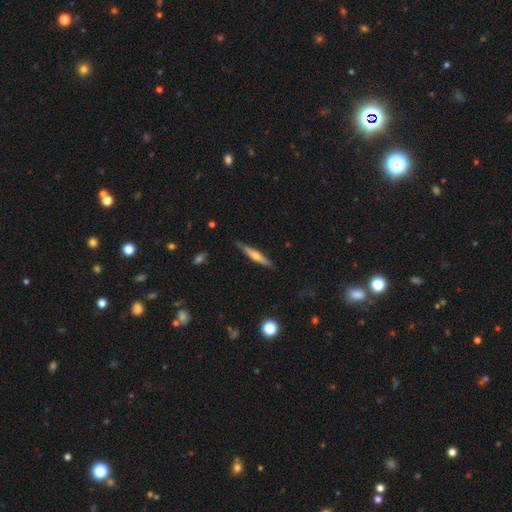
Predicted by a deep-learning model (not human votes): Smooth or featured? featured or disk (55%)
Edge-on disk? yes (95%)
Edge-on bulge? rounded (87%)
Merging? none (86%)